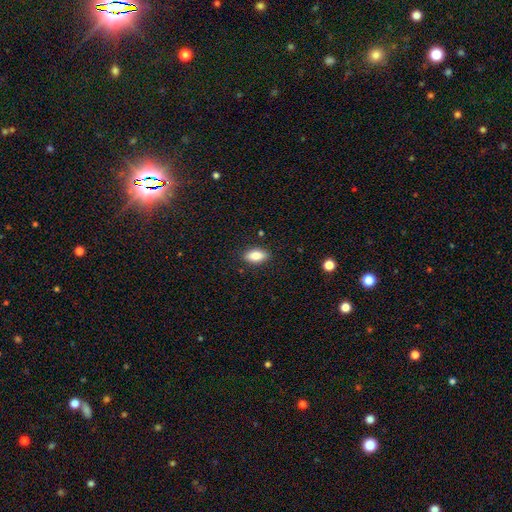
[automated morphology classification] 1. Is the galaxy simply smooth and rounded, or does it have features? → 80% smooth, 12% featured or disk, 8% star or artifact.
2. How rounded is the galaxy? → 87% in between, 7% cigar-shaped, 6% round.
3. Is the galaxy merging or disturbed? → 87% none, 10% minor disturbance, 2% major disturbance, 1% merger.